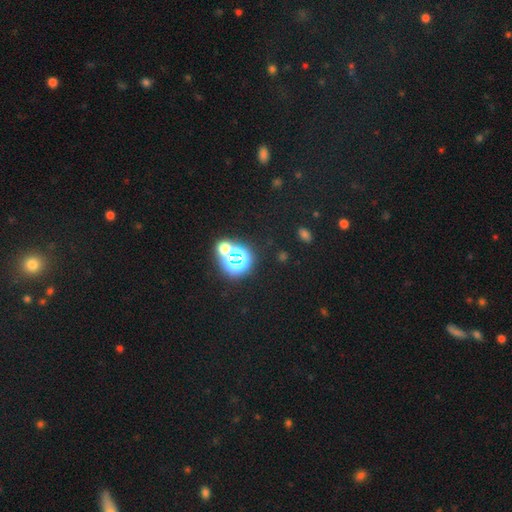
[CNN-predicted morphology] Smooth or featured: star or artifact — 70% (smooth — 23%)